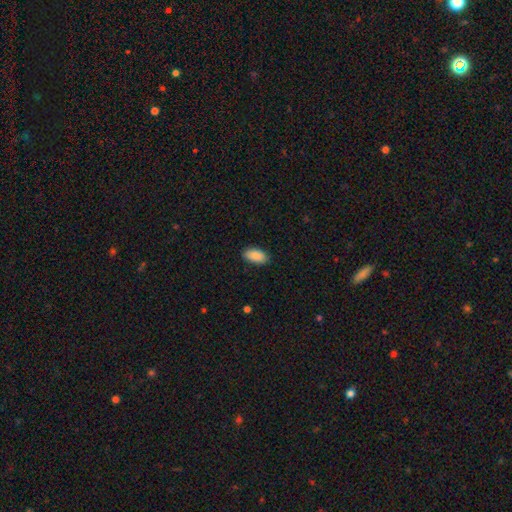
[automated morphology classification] This appears to be a smooth galaxy with no disk features (90%) that is in between round and cigar-shaped (94%). Merging: none (88%).